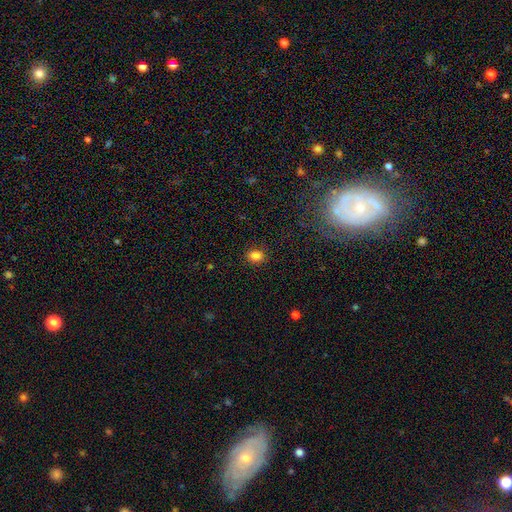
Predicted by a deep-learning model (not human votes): A smooth galaxy with no disk features (85%) that is round (54%). Merging: none (89%).